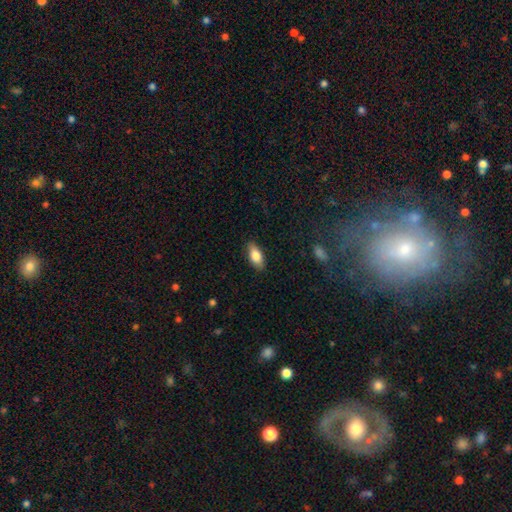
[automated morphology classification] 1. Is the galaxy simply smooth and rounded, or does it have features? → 81% smooth, 13% featured or disk, 6% star or artifact.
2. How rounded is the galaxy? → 86% in between, 10% cigar-shaped, 3% round.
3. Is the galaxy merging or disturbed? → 86% none, 10% minor disturbance, 2% major disturbance, 1% merger.